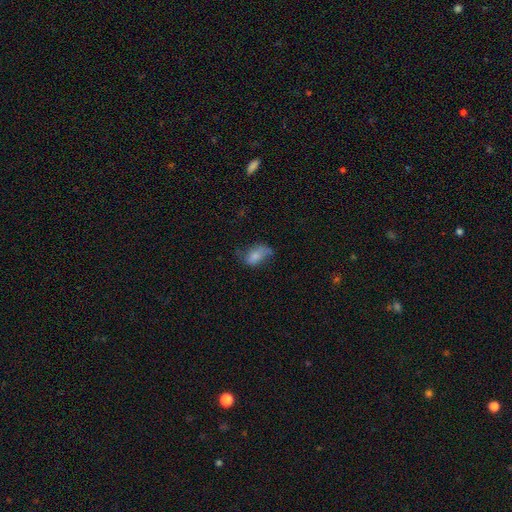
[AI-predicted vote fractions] smooth-or-featured: smooth: 61% | featured or disk: 29% | star or artifact: 10%
  how-rounded: in between: 90% | round: 6% | cigar-shaped: 3%
  merging: none: 43% | minor disturbance: 32% | major disturbance: 22% | merger: 3%